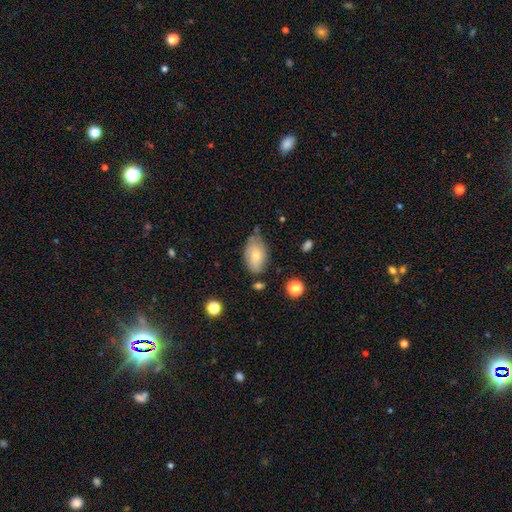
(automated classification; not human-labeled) Smooth or featured?
  - smooth: 70% *
  - featured or disk: 22%
  - star or artifact: 7%
How rounded?
  - in between: 92% *
  - round: 7%
  - cigar-shaped: 2%
Merging?
  - none: 64% *
  - minor disturbance: 25%
  - major disturbance: 6%
  - merger: 5%